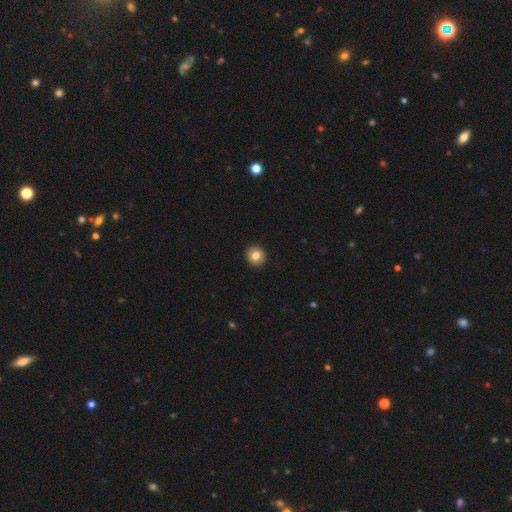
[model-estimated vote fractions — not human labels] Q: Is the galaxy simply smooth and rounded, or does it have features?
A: smooth — 82%.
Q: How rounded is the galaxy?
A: round — 92%.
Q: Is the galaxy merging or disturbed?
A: none — 93%.